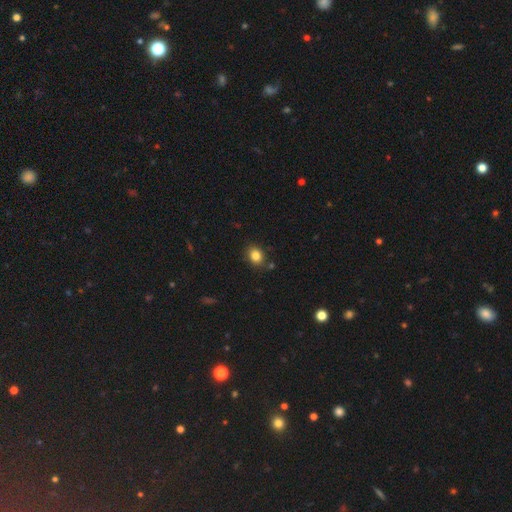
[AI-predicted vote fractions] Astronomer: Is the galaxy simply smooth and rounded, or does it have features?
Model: smooth — 84%.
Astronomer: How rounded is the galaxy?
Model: round — 51% (runner-up: in between, 48%).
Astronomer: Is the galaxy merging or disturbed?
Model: none — 83%.